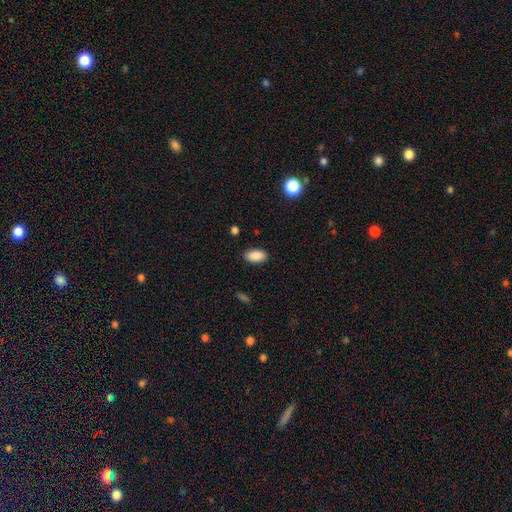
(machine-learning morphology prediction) Q: Smooth or featured?
A: smooth (89%); runner-up: star or artifact (7%)
Q: How rounded?
A: in between (94%); runner-up: round (4%)
Q: Merging?
A: none (88%); runner-up: minor disturbance (9%)